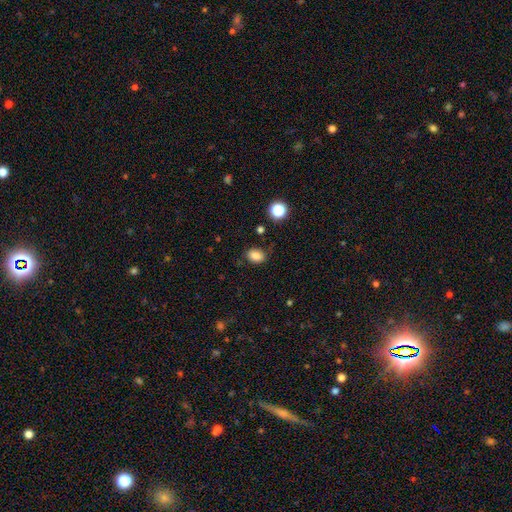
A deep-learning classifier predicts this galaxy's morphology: Overall: smooth (84%). How rounded: in between (71%). Merging: none (80%).